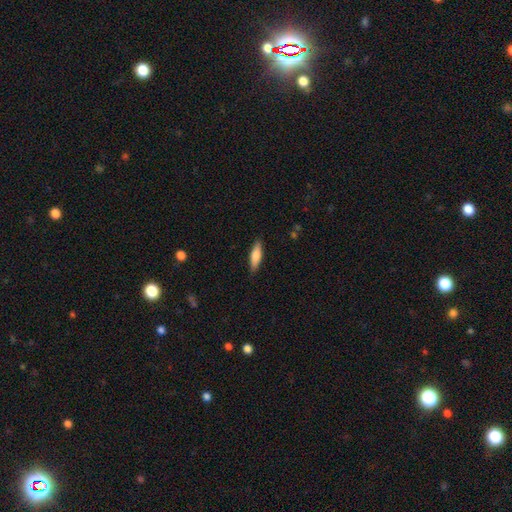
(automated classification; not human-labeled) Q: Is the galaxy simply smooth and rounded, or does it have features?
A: smooth — 76%.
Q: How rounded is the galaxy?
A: cigar-shaped — 57%.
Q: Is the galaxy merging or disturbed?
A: none — 86%.